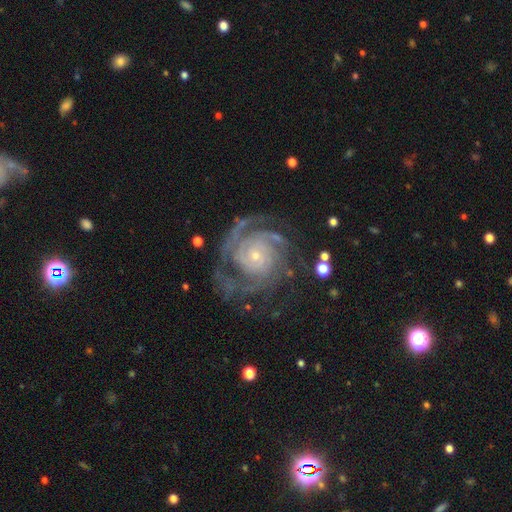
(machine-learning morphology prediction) featured or disk 90%, star or artifact 5%, smooth 4%. Down the decision tree: edge-on disk — no (98%); bar — no (76%); spiral arms — yes (98%); spiral arm count — 3 (25%); spiral winding — tight (71%); bulge size — small (79%); merging — none (68%).